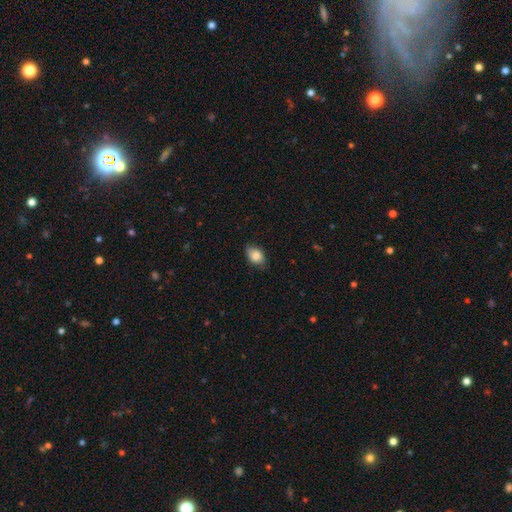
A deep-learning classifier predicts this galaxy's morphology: This appears to be a smooth galaxy with no disk features (85%) that is in between round and cigar-shaped (83%). Merging: none (76%).